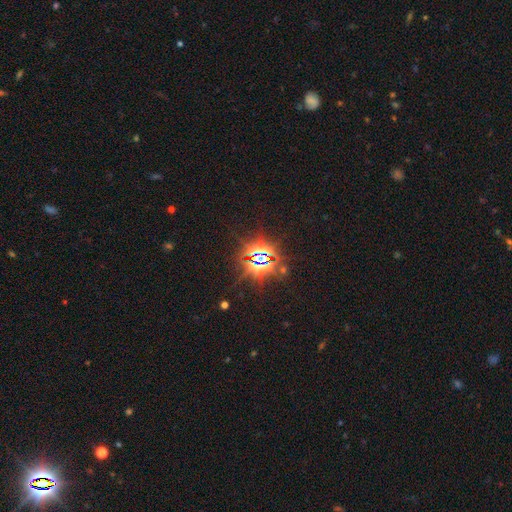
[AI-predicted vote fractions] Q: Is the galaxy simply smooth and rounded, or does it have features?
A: star or artifact — 85%.